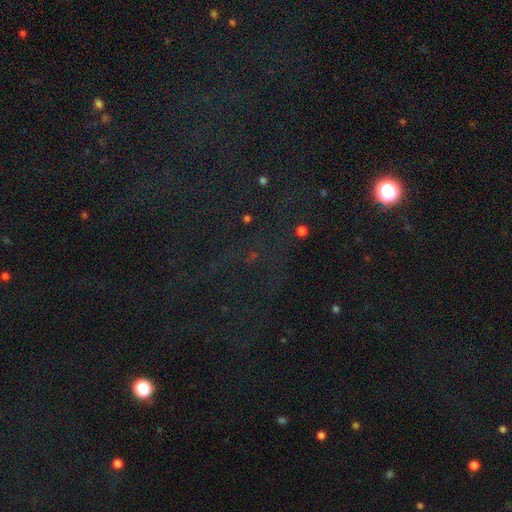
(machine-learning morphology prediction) Smooth or featured? star or artifact (76%)